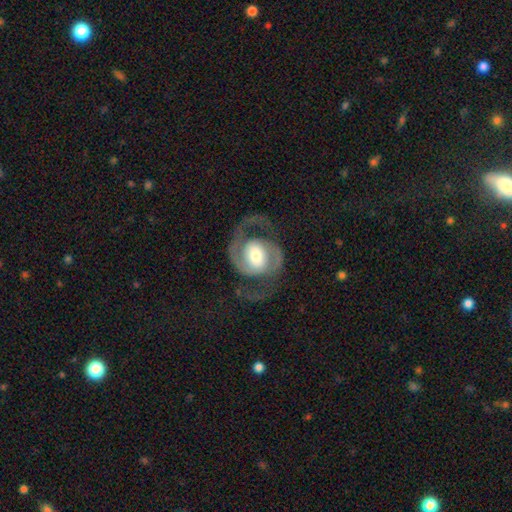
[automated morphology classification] Smooth or featured: featured or disk — 89% (smooth — 7%)
Edge-on disk: no — 98% (yes — 2%)
Bar: no — 44% (weak — 36%)
Spiral arms: yes — 96% (no — 4%)
Spiral winding: medium — 56% (tight — 22%)
Spiral arm count: 2 — 92% (can't tell — 2%)
Bulge size: moderate — 56% (large — 23%)
Merging: none — 69% (major disturbance — 16%)